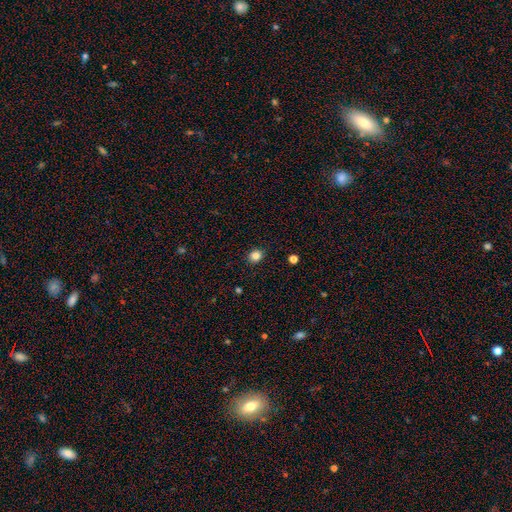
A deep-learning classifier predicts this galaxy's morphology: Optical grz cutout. It shows a smooth galaxy with no disk features (83%) that is round (75%). Merging: none (91%).